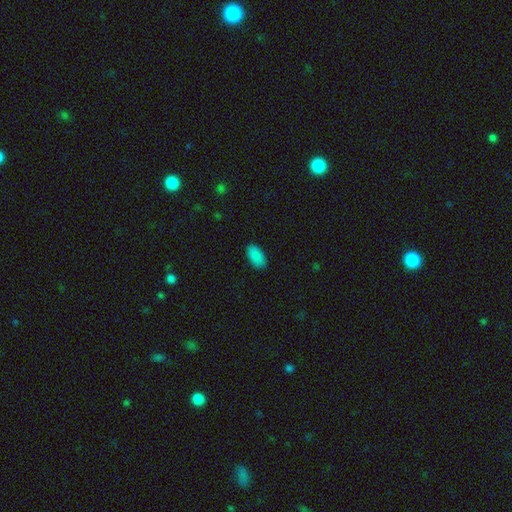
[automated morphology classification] A smooth galaxy with no disk features (89%) that is in between round and cigar-shaped (94%).

Vote fractions:
- Smooth or featured? smooth: 89% / star or artifact: 8% / featured or disk: 3%
- How rounded? in between: 94% / cigar-shaped: 3% / round: 3%
- Merging? none: 88% / minor disturbance: 9% / major disturbance: 2% / merger: 1%